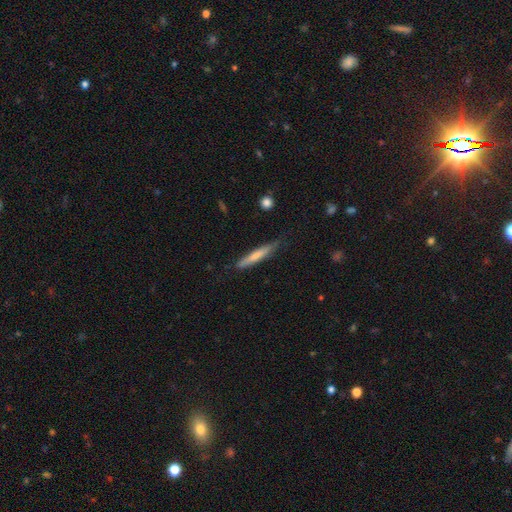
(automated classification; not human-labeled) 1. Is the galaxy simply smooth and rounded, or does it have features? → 67% smooth, 28% featured or disk, 5% star or artifact.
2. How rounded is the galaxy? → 93% cigar-shaped, 6% in between, 1% round.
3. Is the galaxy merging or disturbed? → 78% none, 17% minor disturbance, 3% major disturbance, 2% merger.